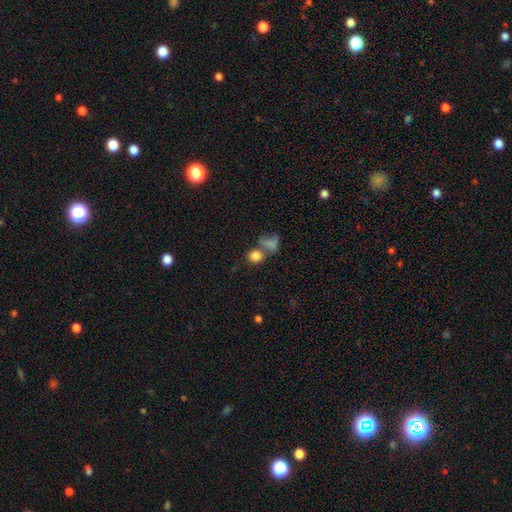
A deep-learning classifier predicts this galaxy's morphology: smooth_or_featured: smooth (p=0.81) [alt: star or artifact p=0.12]
how_rounded: round (p=0.78) [alt: in between p=0.21]
merging: none (p=0.51) [alt: merger p=0.34]